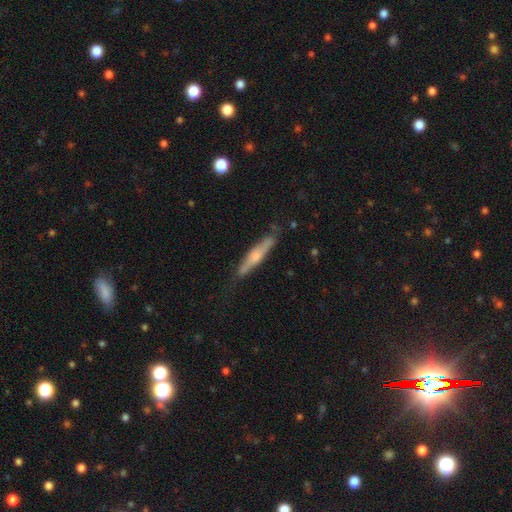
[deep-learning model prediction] smooth_or_featured: featured or disk (p=0.51) [alt: smooth p=0.43]
disk_edge_on: yes (p=0.90) [alt: no p=0.10]
merging: none (p=0.76) [alt: minor disturbance p=0.18]